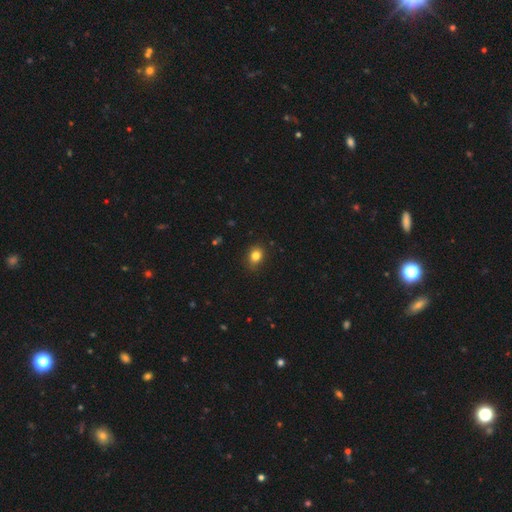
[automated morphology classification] smooth-or-featured: smooth: 83% | star or artifact: 11% | featured or disk: 6%
  how-rounded: in between: 53% | round: 46% | cigar-shaped: 1%
  merging: none: 84% | minor disturbance: 13% | major disturbance: 2% | merger: 1%